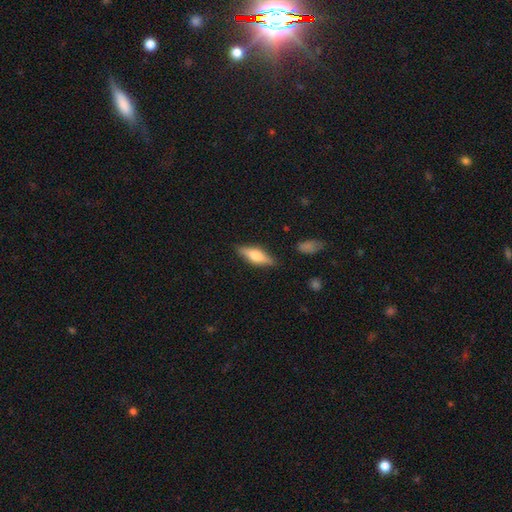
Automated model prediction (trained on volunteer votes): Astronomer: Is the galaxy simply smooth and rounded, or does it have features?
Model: smooth — 54% (runner-up: featured or disk, 40%).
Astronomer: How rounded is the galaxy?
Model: in between — 50% (runner-up: cigar-shaped, 48%).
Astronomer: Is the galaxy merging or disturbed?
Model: none — 85%.